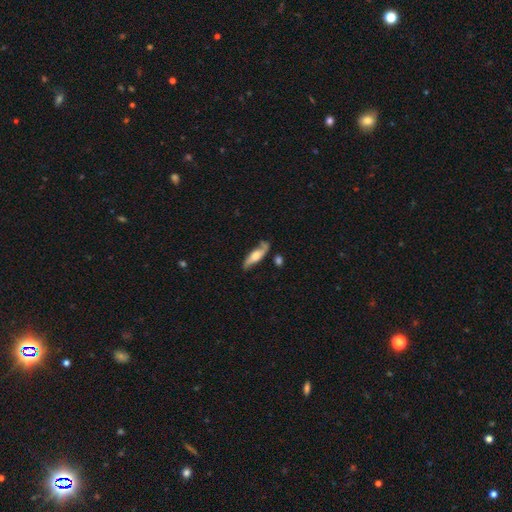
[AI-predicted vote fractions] Overall: featured or disk (59%; smooth 35%). Edge-on disk: no (55%; yes 45%). Merging: none (68%).